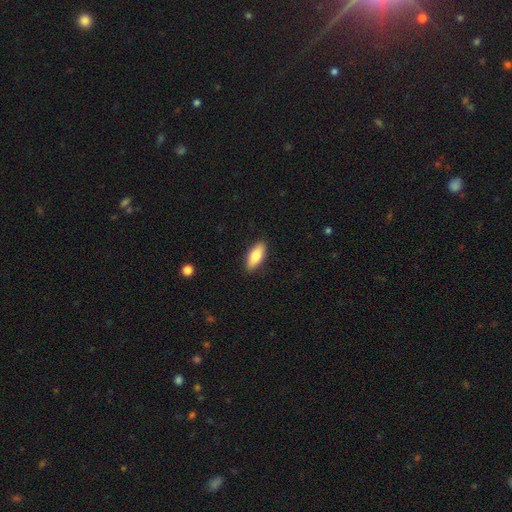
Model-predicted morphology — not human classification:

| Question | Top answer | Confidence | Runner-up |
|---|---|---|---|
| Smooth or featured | smooth | 80% | featured or disk (14%) |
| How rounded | in between | 78% | cigar-shaped (20%) |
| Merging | none | 88% | minor disturbance (9%) |